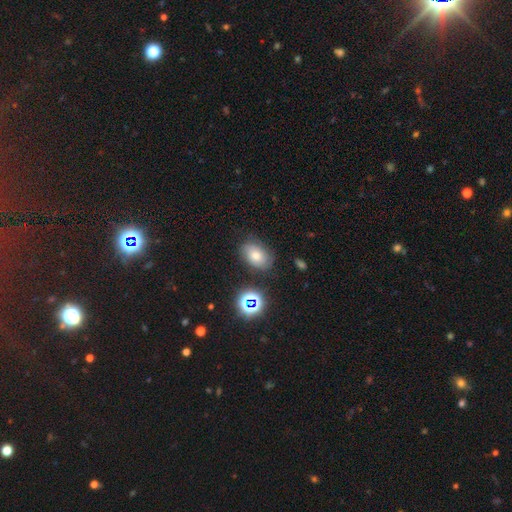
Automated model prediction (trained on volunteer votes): smooth 58%, star or artifact 23%, featured or disk 19%. Down the decision tree: how rounded — in between (79%); merging — none (76%).